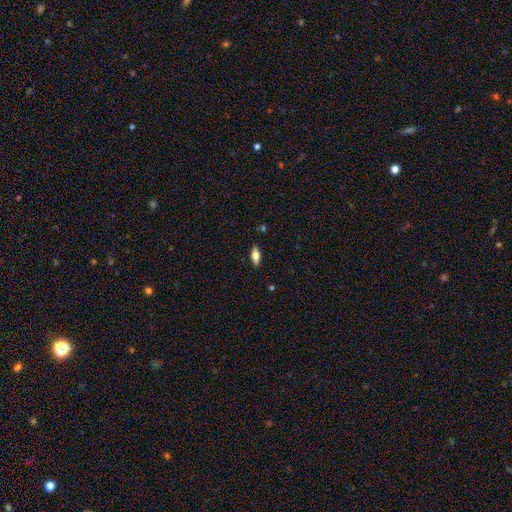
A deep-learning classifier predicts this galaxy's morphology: Smooth or featured: smooth — 69% (featured or disk — 24%)
How rounded: in between — 78% (cigar-shaped — 19%)
Merging: none — 87% (minor disturbance — 9%)